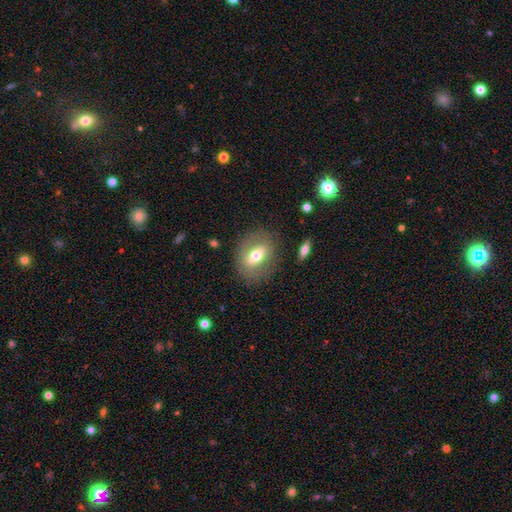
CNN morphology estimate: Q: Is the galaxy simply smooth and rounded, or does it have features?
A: smooth — 55%.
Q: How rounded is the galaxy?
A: in between — 70%.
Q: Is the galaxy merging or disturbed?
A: none — 78%.